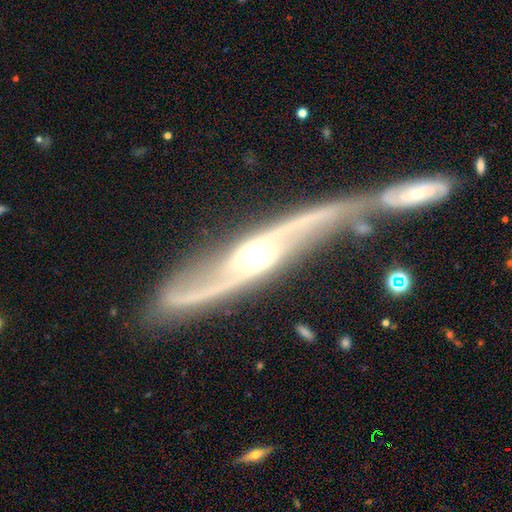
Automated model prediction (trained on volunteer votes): This appears to be a featured or disk galaxy (88%) with no bar (46%), 2 (91%) loose (60%) spiral arms (94%) and a moderate central bulge (60%). Merging: none (68%).